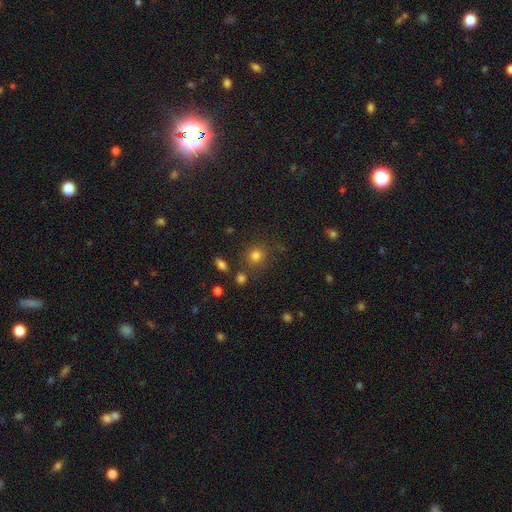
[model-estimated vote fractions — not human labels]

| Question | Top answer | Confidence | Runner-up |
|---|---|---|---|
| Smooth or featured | smooth | 79% | star or artifact (15%) |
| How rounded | round | 84% | in between (15%) |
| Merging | none | 76% | minor disturbance (11%) |